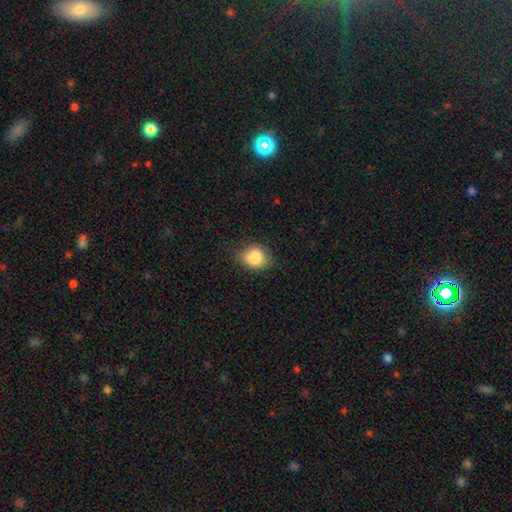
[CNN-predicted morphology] Overall: smooth (84%). How rounded: round (50%; in between 48%). Merging: none (63%; minor disturbance 28%).